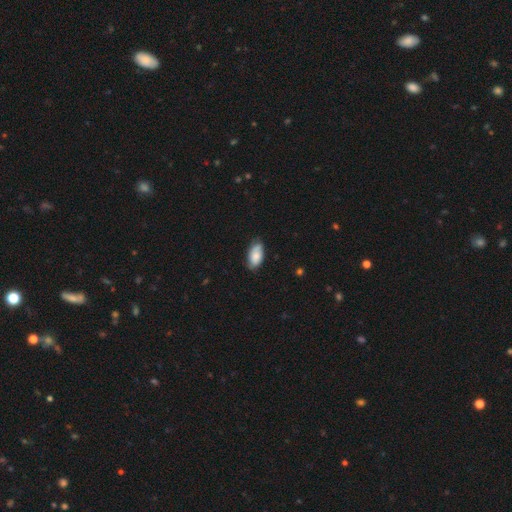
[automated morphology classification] Smooth or featured? smooth (69%)
How rounded? in between (93%)
Merging? none (71%)